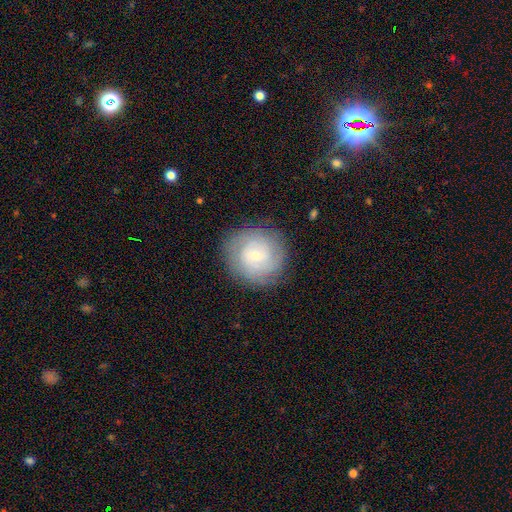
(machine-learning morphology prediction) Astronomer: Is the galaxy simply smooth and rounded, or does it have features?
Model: featured or disk — 56% (runner-up: smooth, 36%).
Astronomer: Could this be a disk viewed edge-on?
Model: no — 97%.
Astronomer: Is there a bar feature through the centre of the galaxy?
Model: no — 64%.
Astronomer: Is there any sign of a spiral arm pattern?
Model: yes — 84%.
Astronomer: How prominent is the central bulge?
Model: small — 78%.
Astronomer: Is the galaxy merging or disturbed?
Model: none — 83%.